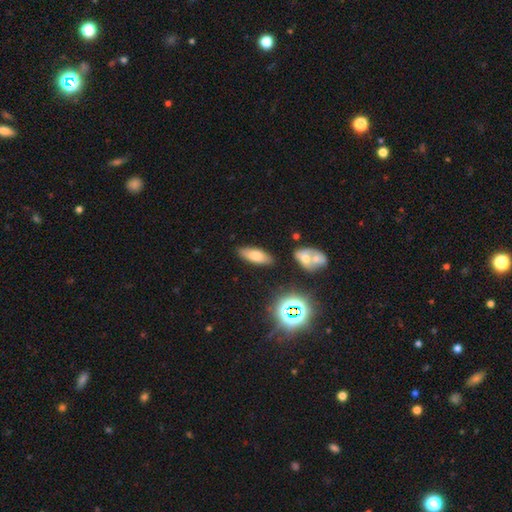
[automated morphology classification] Smooth or featured? smooth (72%)
How rounded? in between (72%)
Merging? none (83%)